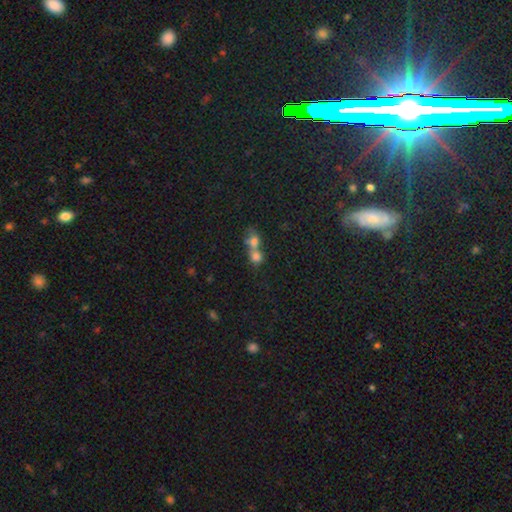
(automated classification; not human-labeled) This is likely a smooth galaxy (71%). How rounded: likely round (73%). Merging: likely merger (69%).